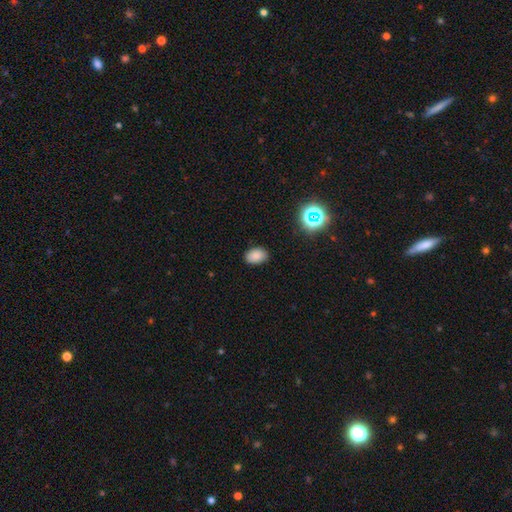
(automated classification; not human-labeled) Q: Smooth or featured?
A: smooth (83%); runner-up: star or artifact (13%)
Q: How rounded?
A: in between (81%); runner-up: round (18%)
Q: Merging?
A: none (85%); runner-up: minor disturbance (11%)